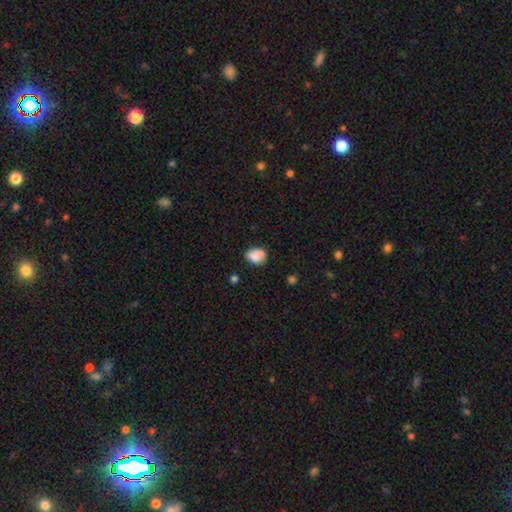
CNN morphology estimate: smooth-or-featured: smooth: 84% | star or artifact: 9% | featured or disk: 8%
  how-rounded: in between: 54% | round: 45% | cigar-shaped: 1%
  merging: none: 67% | minor disturbance: 24% | major disturbance: 6% | merger: 3%